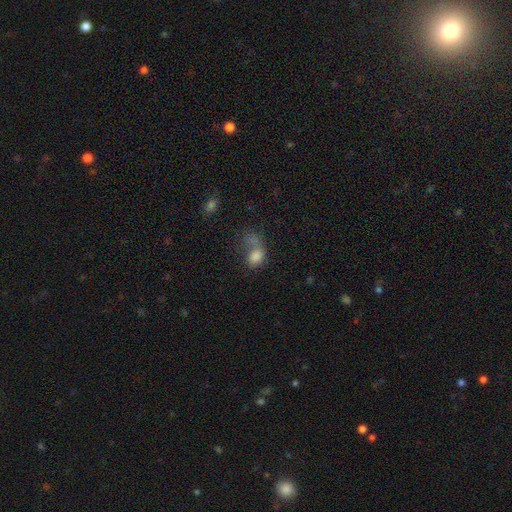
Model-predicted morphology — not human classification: smooth-or-featured: smooth: 74% | featured or disk: 15% | star or artifact: 11%
  how-rounded: in between: 69% | round: 30% | cigar-shaped: 2%
  merging: merger: 39% | major disturbance: 27% | none: 21% | minor disturbance: 13%